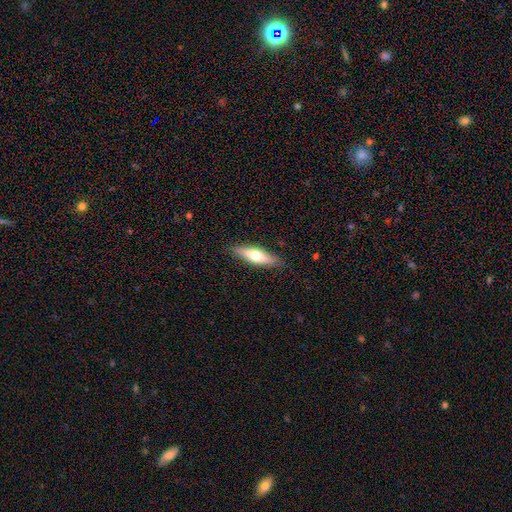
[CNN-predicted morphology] smooth 57%, featured or disk 38%, star or artifact 6%. Down the decision tree: how rounded — cigar-shaped (57%); merging — none (86%).